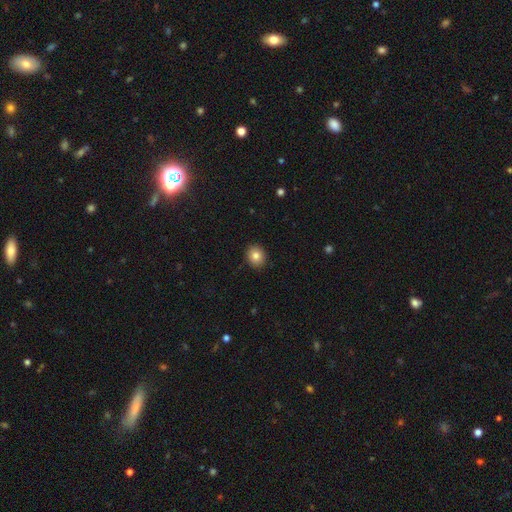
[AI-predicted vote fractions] smooth 82%, star or artifact 9%, featured or disk 8%. Down the decision tree: how rounded — round (73%); merging — none (91%).